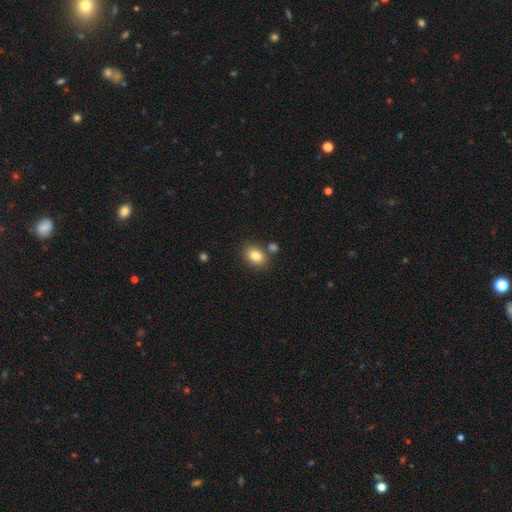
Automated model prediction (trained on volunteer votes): This appears to be a smooth galaxy with no disk features (84%) that is in between round and cigar-shaped (79%). Merging: none (75%).